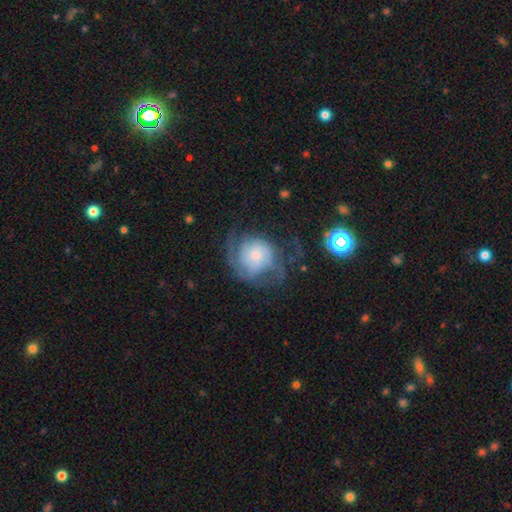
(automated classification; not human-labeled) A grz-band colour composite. It shows a featured or disk galaxy (73%) with no bar (77%), 2 (39%) medium (39%, tied with tight) spiral arms (89%) and a small central bulge (54%). Merging: none (51%).